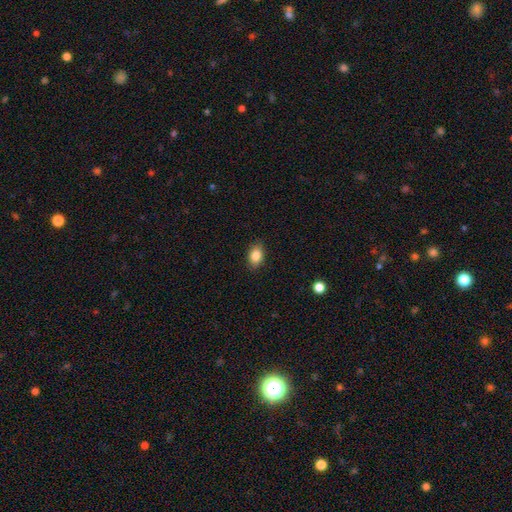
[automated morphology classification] type=smooth (85%); roundness=in between (83%); merging=none (87%).